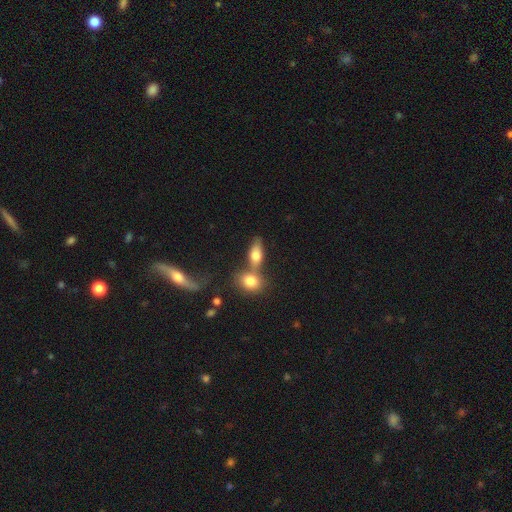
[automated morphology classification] This is likely a smooth galaxy (73%). How rounded: likely in between (77%). Merging: marginally merger (44%).